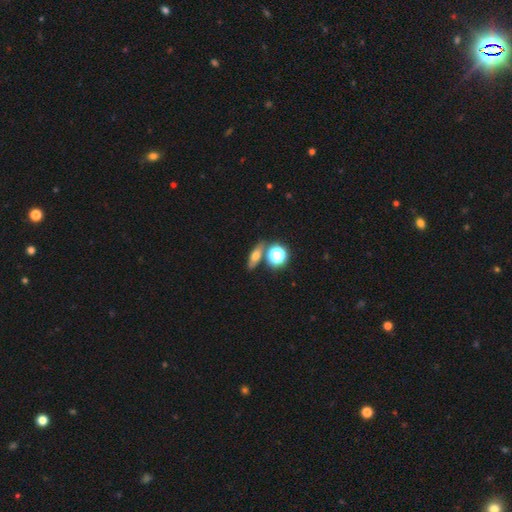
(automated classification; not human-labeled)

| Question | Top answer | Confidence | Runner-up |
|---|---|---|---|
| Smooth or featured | smooth | 52% | featured or disk (31%) |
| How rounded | in between | 46% | cigar-shaped (33%) |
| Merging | none | 75% | minor disturbance (11%) |